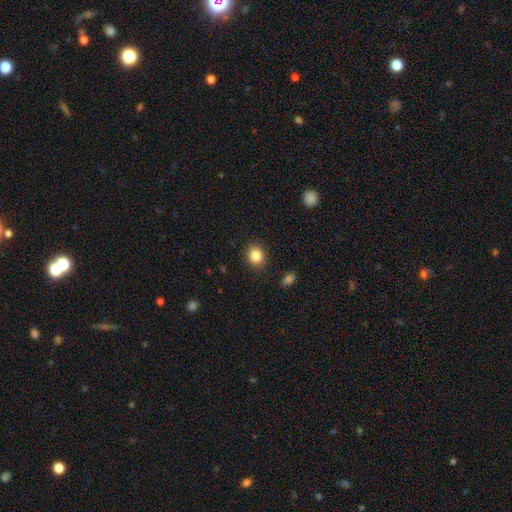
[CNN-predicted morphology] Smooth or featured: smooth — 85% (star or artifact — 10%)
How rounded: round — 73% (in between — 26%)
Merging: none — 89% (minor disturbance — 8%)